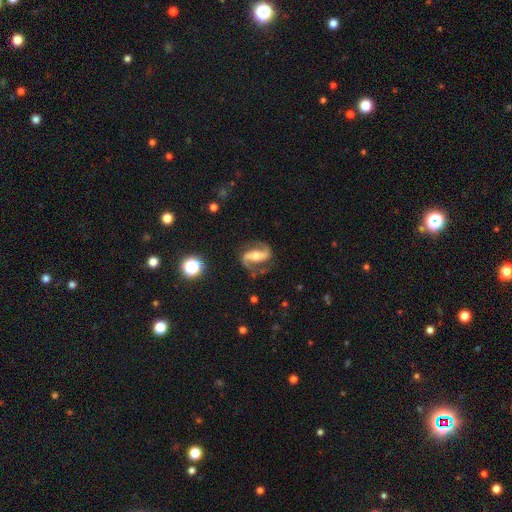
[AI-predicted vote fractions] A featured or disk galaxy (88%) with a strong bar (50%), 2 (93%) medium (46%) spiral arms (97%) and a moderate central bulge (54%). Merging: none (79%).